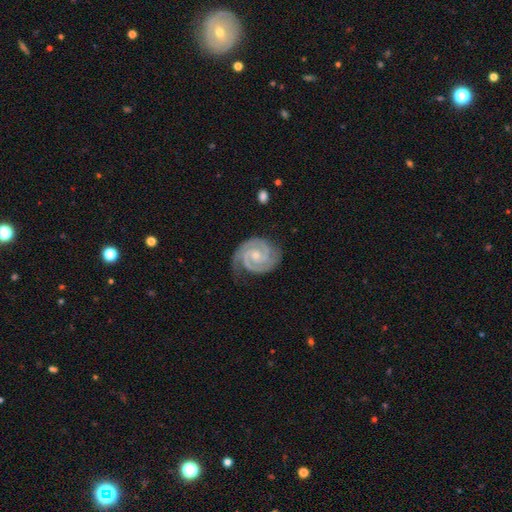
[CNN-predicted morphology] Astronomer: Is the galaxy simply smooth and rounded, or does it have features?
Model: featured or disk — 93%.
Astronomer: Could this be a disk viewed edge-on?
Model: no — 98%.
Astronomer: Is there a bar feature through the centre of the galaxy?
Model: no — 59%.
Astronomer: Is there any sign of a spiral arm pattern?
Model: yes — 99%.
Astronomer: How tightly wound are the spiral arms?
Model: tight — 70%.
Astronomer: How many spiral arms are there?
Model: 2 — 82%.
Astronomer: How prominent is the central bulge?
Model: small — 51% (runner-up: moderate, 44%).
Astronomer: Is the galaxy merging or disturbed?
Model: none — 76%.